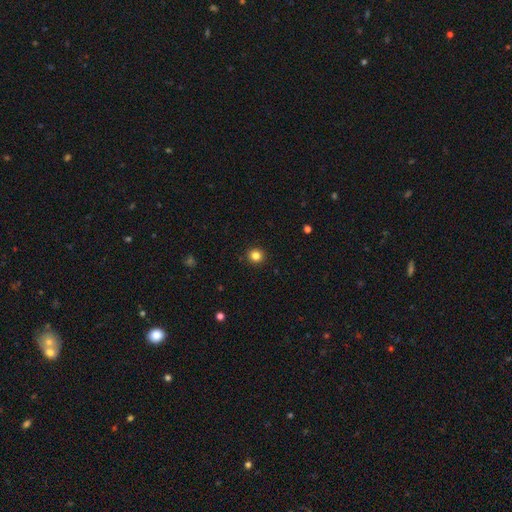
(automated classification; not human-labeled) A smooth galaxy with no disk features (83%) that is round (92%).

Vote fractions:
- Smooth or featured? smooth: 83% / star or artifact: 12% / featured or disk: 5%
- How rounded? round: 92% / in between: 7% / cigar-shaped: 1%
- Merging? none: 93% / minor disturbance: 5% / major disturbance: 2% / merger: 1%